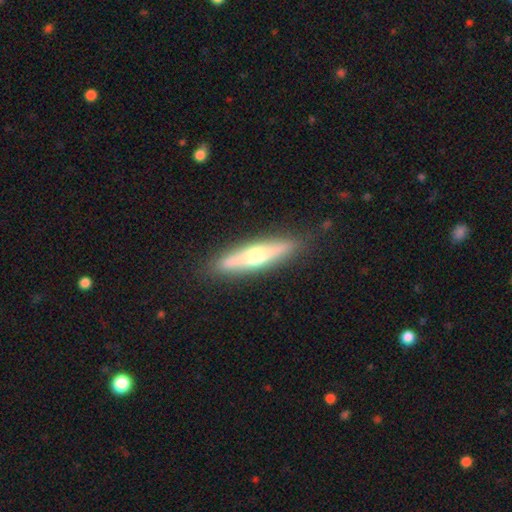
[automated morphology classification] This is possibly a featured or disk galaxy (50%). It is clearly viewed edge-on (86%). Merging: clearly none (87%).